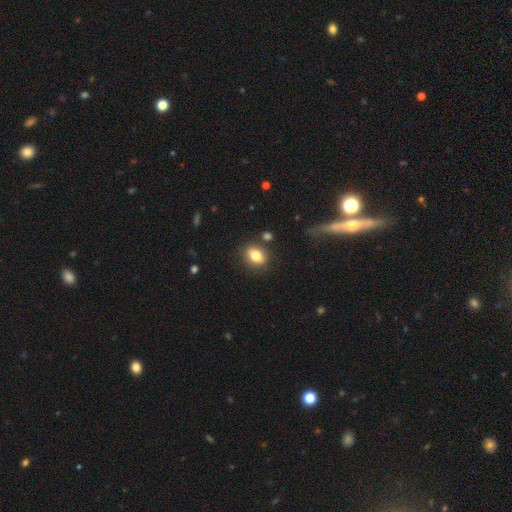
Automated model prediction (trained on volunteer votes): Morphology: type=smooth (80%); roundness=in between (66%); merging=none (80%).